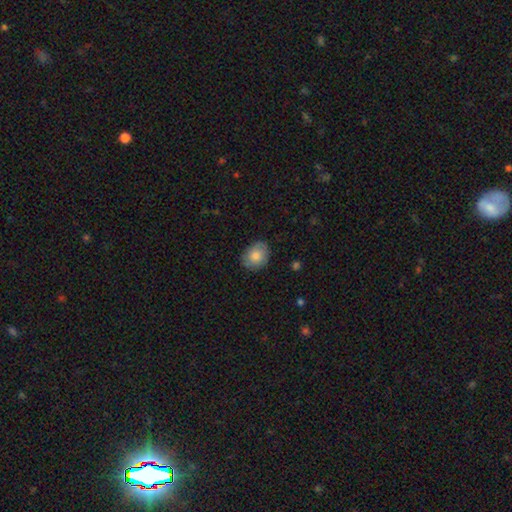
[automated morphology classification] A smooth galaxy with no disk features (80%) that is in between round and cigar-shaped (55%). Merging: none (75%).